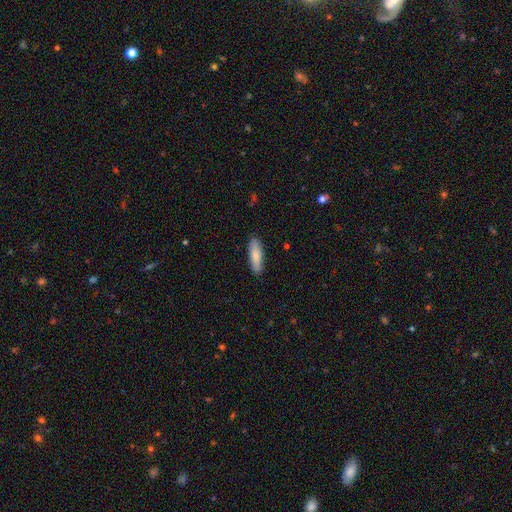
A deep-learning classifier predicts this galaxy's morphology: smooth 83%, featured or disk 12%, star or artifact 5%. Down the decision tree: how rounded — cigar-shaped (50%); merging — none (87%).